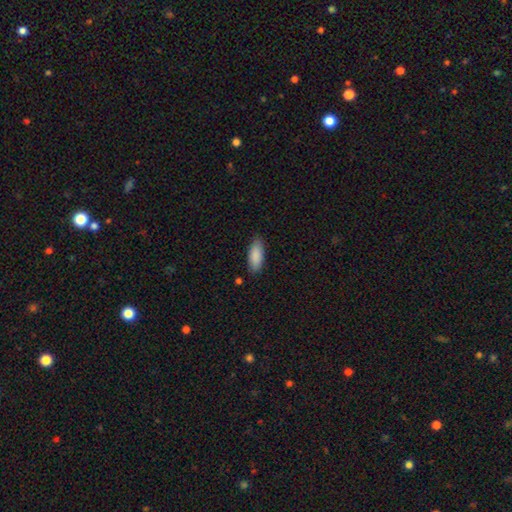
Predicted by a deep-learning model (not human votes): A smooth galaxy with no disk features (89%) that is in between round and cigar-shaped (80%). Merging: none (85%).